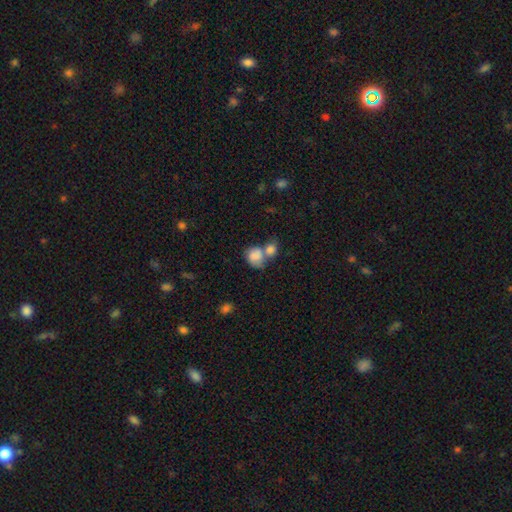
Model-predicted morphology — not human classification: Smooth or featured? Predicted: smooth (p=0.79). How rounded? Predicted: round (p=0.61). Merging? Predicted: merger (p=0.63).